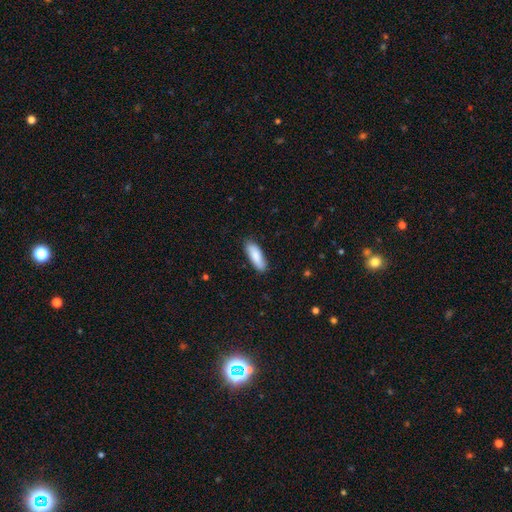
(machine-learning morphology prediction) A smooth galaxy with no disk features (86%) that is in between round and cigar-shaped (58%). Merging: none (85%).